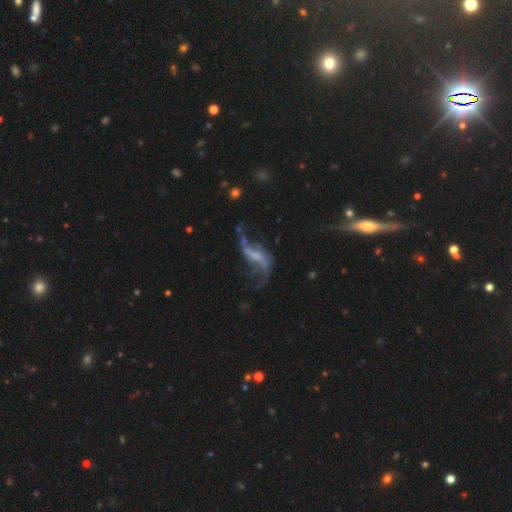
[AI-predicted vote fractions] smooth_or_featured: featured or disk (p=0.75) [alt: smooth p=0.14]
disk_edge_on: no (p=0.94) [alt: yes p=0.06]
bar: weak (p=0.40) [alt: strong p=0.33]
has_spiral_arms: yes (p=0.83) [alt: no p=0.17]
spiral_winding: loose (p=0.89) [alt: medium p=0.09]
spiral_arm_count: 2 (p=0.81) [alt: 1 p=0.07]
bulge_size: none (p=0.54) [alt: small p=0.24]
merging: none (p=0.39) [alt: major disturbance p=0.35]